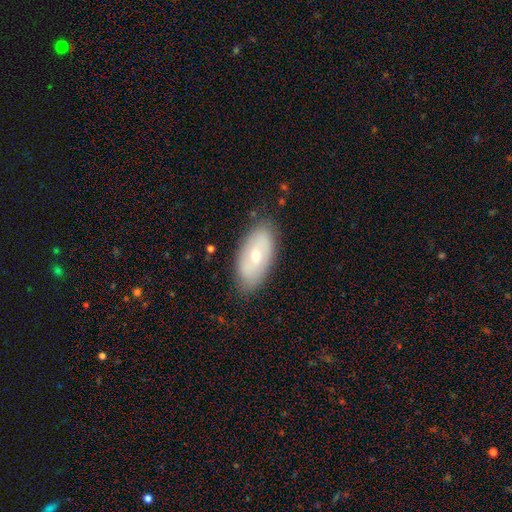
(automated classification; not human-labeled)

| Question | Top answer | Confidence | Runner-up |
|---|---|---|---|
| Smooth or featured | smooth | 49% | featured or disk (44%) |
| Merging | none | 82% | minor disturbance (13%) |